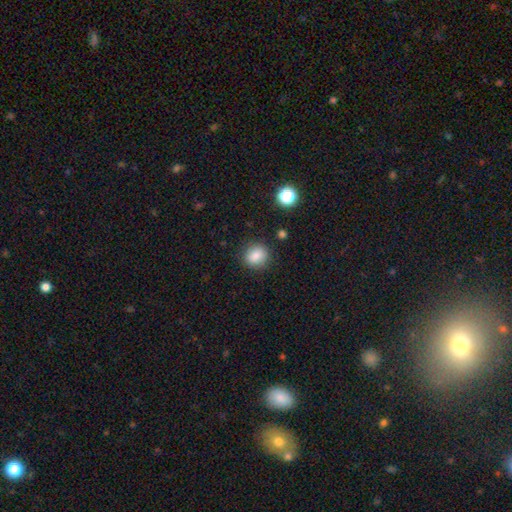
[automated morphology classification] Smooth or featured? Predicted: smooth (p=0.85). How rounded? Predicted: round (p=0.76). Merging? Predicted: none (p=0.85).